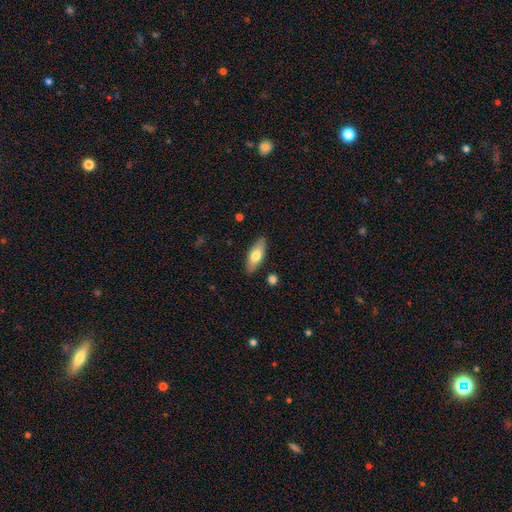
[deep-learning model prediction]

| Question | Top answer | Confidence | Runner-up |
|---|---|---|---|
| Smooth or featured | smooth | 70% | featured or disk (24%) |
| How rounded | in between | 76% | cigar-shaped (22%) |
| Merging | none | 86% | minor disturbance (10%) |